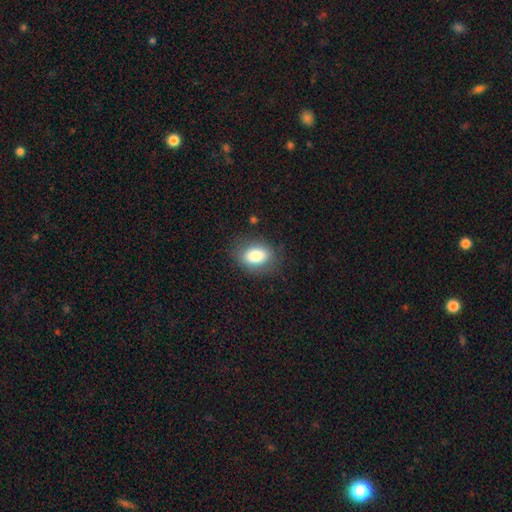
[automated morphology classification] smooth 80%, featured or disk 12%, star or artifact 9%. Down the decision tree: how rounded — in between (76%); merging — none (80%).